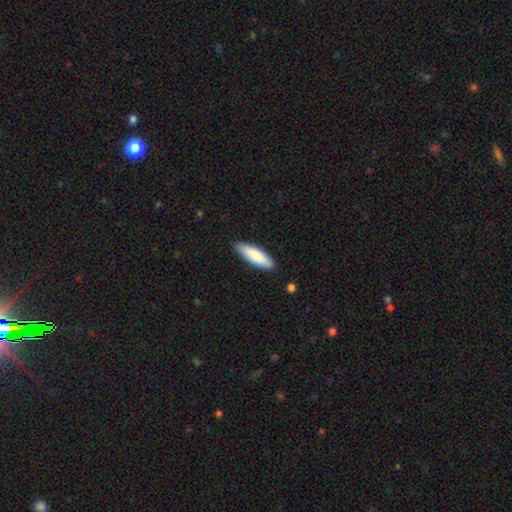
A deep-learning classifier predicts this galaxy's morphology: Smooth or featured?
  - smooth: 86% *
  - featured or disk: 9%
  - star or artifact: 5%
How rounded?
  - cigar-shaped: 57% *
  - in between: 41%
  - round: 1%
Merging?
  - none: 89% *
  - minor disturbance: 9%
  - major disturbance: 2%
  - merger: 1%